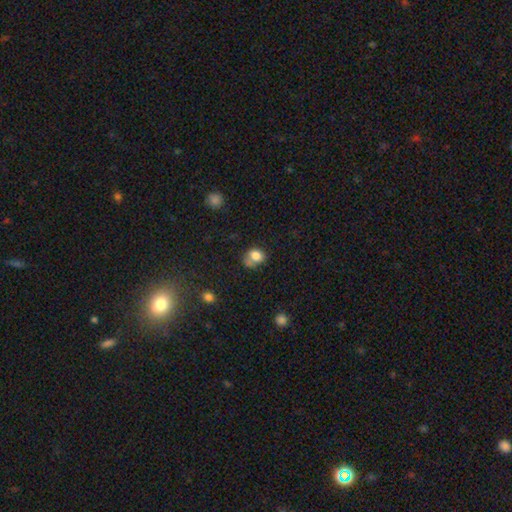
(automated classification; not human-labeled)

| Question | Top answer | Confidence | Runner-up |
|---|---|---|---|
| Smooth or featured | smooth | 79% | featured or disk (11%) |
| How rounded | in between | 50% | round (49%) |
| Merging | none | 43% | minor disturbance (27%) |